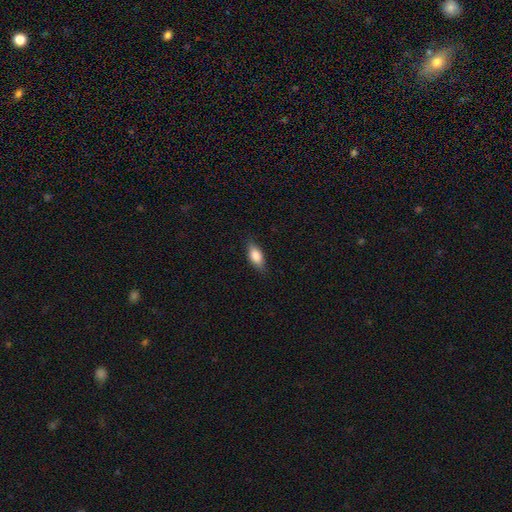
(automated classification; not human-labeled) Smooth or featured? smooth (81%)
How rounded? in between (83%)
Merging? none (82%)